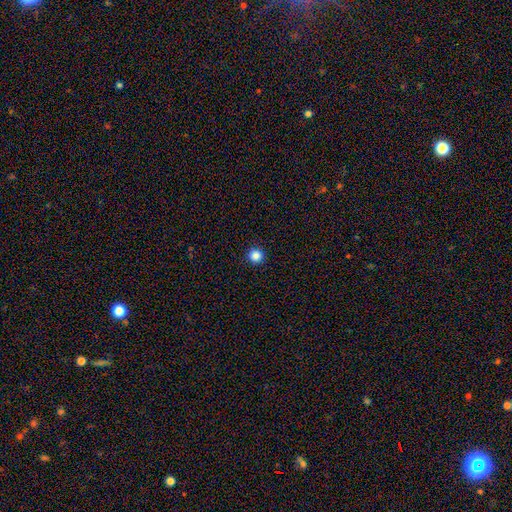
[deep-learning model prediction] A smooth galaxy with no disk features (85%) that is round (96%). Merging: none (93%).